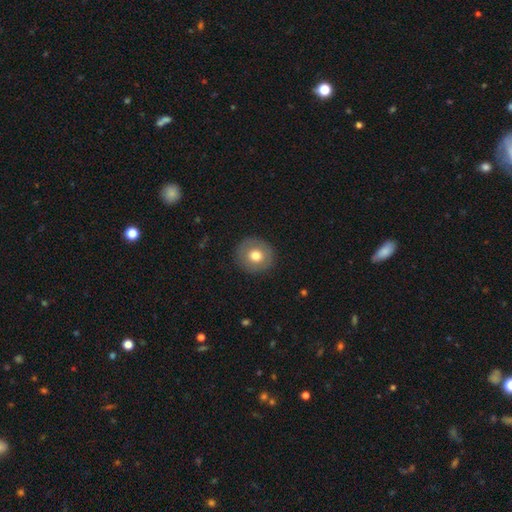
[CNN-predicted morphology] Q: Smooth or featured?
A: smooth (72%); runner-up: featured or disk (20%)
Q: How rounded?
A: round (91%); runner-up: in between (8%)
Q: Merging?
A: none (90%); runner-up: minor disturbance (7%)